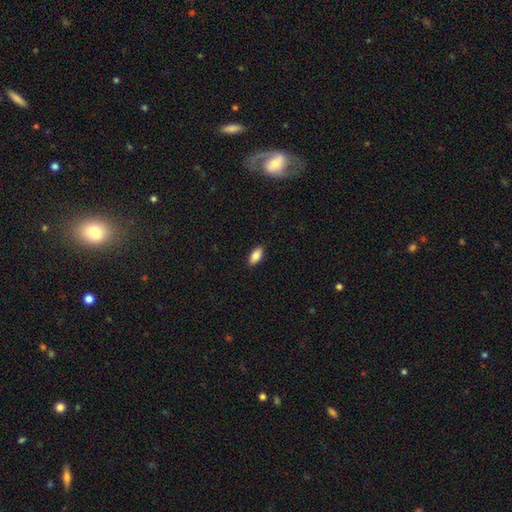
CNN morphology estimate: Q: Smooth or featured?
A: smooth (86%); runner-up: star or artifact (7%)
Q: How rounded?
A: in between (91%); runner-up: cigar-shaped (7%)
Q: Merging?
A: none (89%); runner-up: minor disturbance (8%)